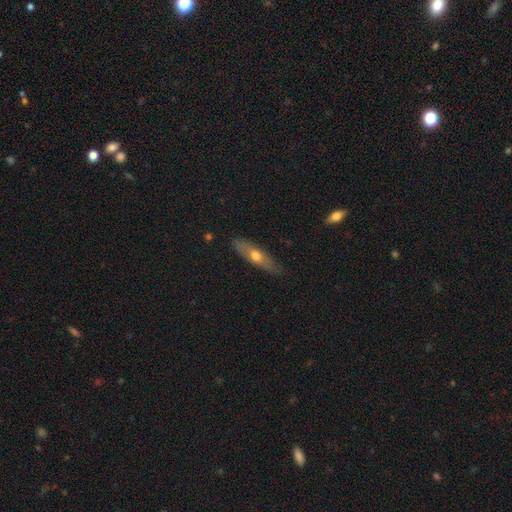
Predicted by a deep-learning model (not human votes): Smooth or featured? Predicted: smooth (p=0.49). Merging? Predicted: none (p=0.78).